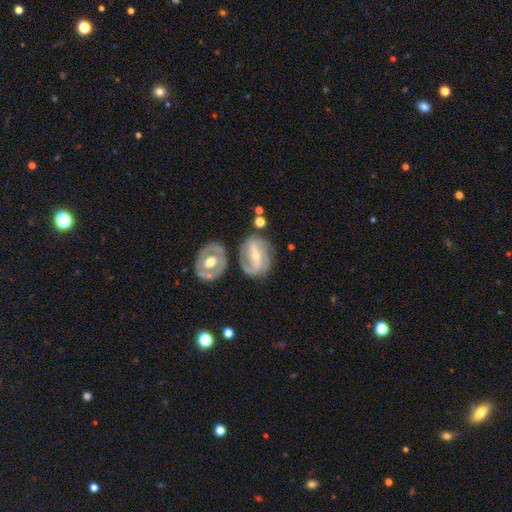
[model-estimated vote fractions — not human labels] Smooth or featured? Predicted: featured or disk (p=0.80). Edge-on disk? Predicted: no (p=0.94). Bar? Predicted: strong (p=0.43). Spiral arms? Predicted: yes (p=0.85). Spiral winding? Predicted: tight (p=0.41, tied with medium). Spiral arm count? Predicted: 2 (p=0.58). Bulge size? Predicted: small (p=0.52). Merging? Predicted: none (p=0.59).